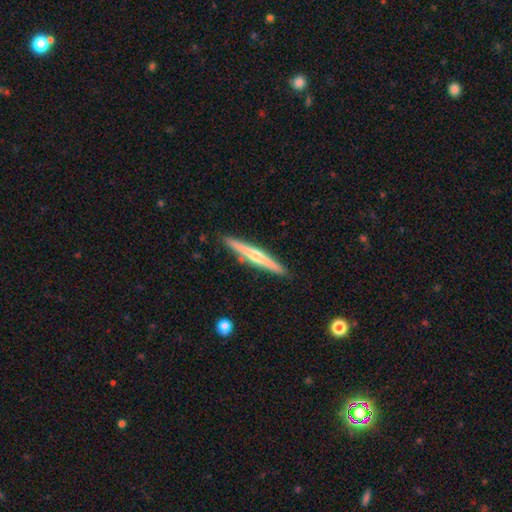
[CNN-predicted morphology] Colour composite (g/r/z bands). It shows a featured or disk galaxy (69%) viewed edge-on (98%) with a rounded central bulge (82%). Merging: none (92%).